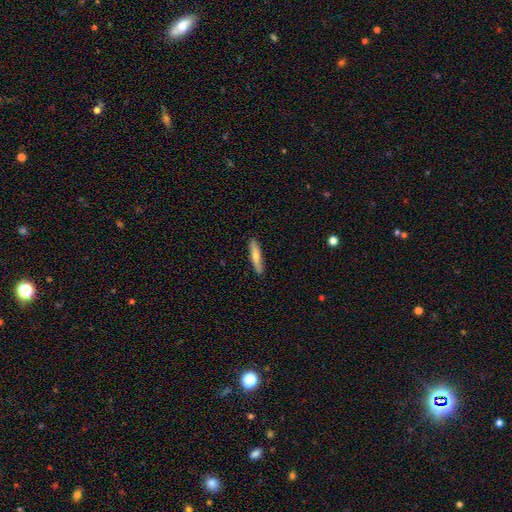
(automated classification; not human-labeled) A smooth galaxy with no disk features (58%) that is cigar-shaped (84%). Merging: none (89%).